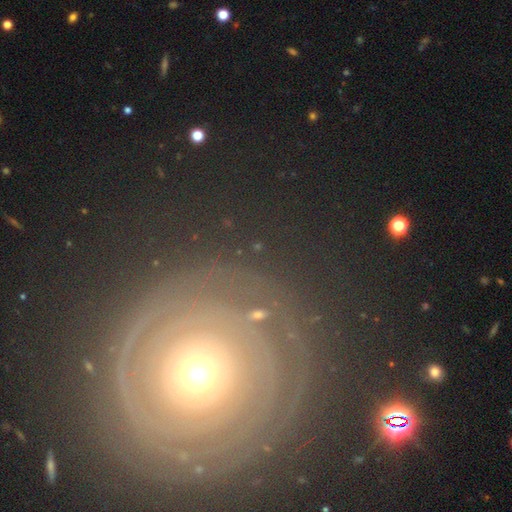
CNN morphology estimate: Smooth or featured? Predicted: featured or disk (p=0.73). Edge-on disk? Predicted: no (p=0.96). Bar? Predicted: no (p=0.88). Spiral arms? Predicted: yes (p=0.80). Spiral winding? Predicted: tight (p=0.86). Spiral arm count? Predicted: can't tell (p=0.35). Bulge size? Predicted: moderate (p=0.55). Merging? Predicted: none (p=0.82).